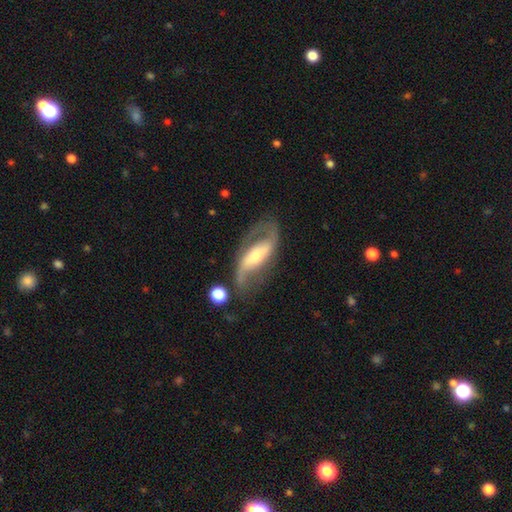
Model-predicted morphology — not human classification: Q: Smooth or featured?
A: featured or disk (85%); runner-up: smooth (10%)
Q: Edge-on disk?
A: no (93%); runner-up: yes (7%)
Q: Bar?
A: strong (46%); runner-up: weak (31%)
Q: Spiral arms?
A: yes (94%); runner-up: no (6%)
Q: Spiral winding?
A: loose (56%); runner-up: medium (34%)
Q: Spiral arm count?
A: 2 (90%); runner-up: 1 (4%)
Q: Bulge size?
A: small (45%); runner-up: moderate (43%)
Q: Merging?
A: none (68%); runner-up: minor disturbance (17%)